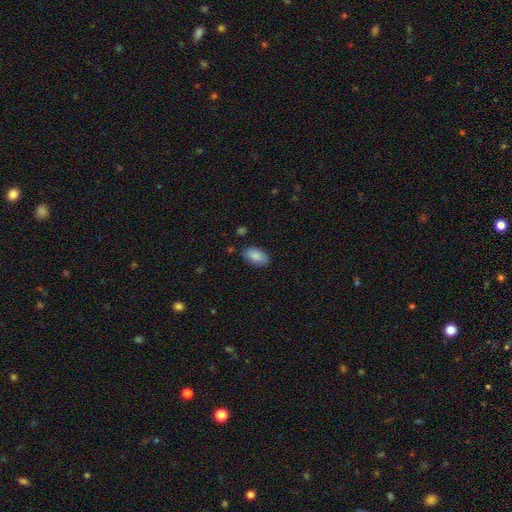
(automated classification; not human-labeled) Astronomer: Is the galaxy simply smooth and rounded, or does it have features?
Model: smooth — 87%.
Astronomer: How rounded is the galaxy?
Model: in between — 94%.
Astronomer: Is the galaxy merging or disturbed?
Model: none — 84%.